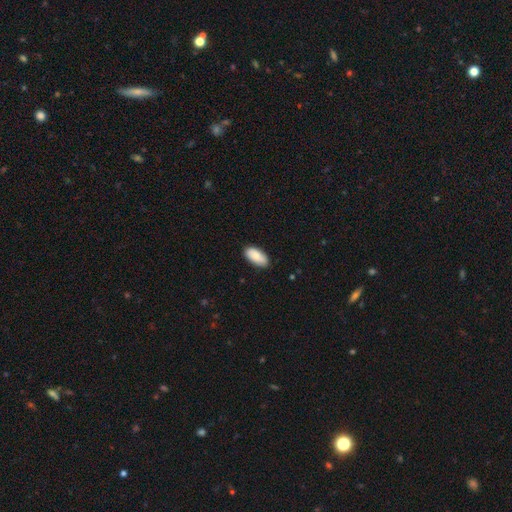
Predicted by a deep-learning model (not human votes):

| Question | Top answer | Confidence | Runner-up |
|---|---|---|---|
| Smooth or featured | smooth | 86% | featured or disk (8%) |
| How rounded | in between | 92% | cigar-shaped (6%) |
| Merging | none | 85% | minor disturbance (12%) |